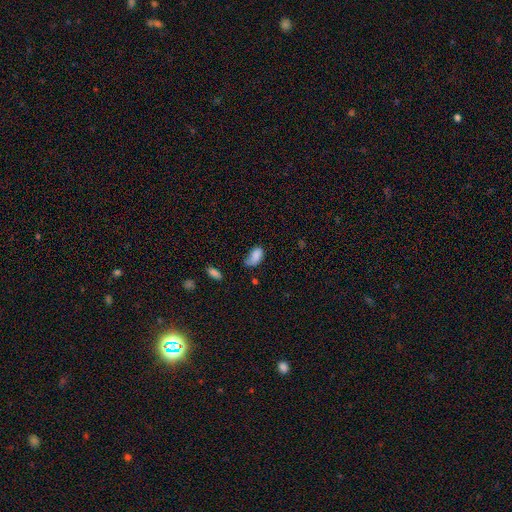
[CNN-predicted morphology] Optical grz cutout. It shows a smooth galaxy with no disk features (82%) that is in between round and cigar-shaped (92%). Merging: none (42%).